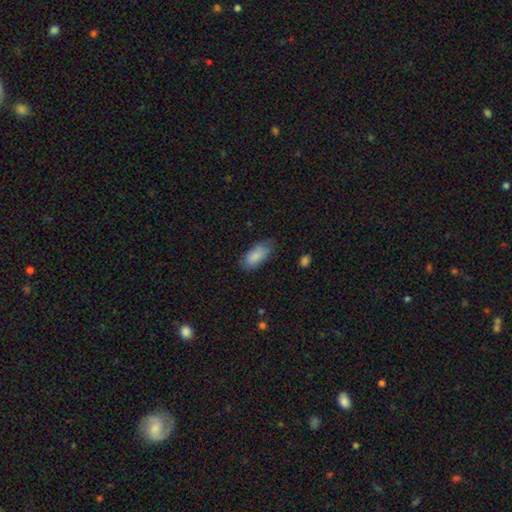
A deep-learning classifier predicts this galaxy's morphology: A smooth galaxy with no disk features (87%) that is in between round and cigar-shaped (88%).

Vote fractions:
- Smooth or featured? smooth: 87% / featured or disk: 7% / star or artifact: 6%
- How rounded? in between: 88% / cigar-shaped: 10% / round: 2%
- Merging? none: 75% / minor disturbance: 20% / major disturbance: 4% / merger: 1%